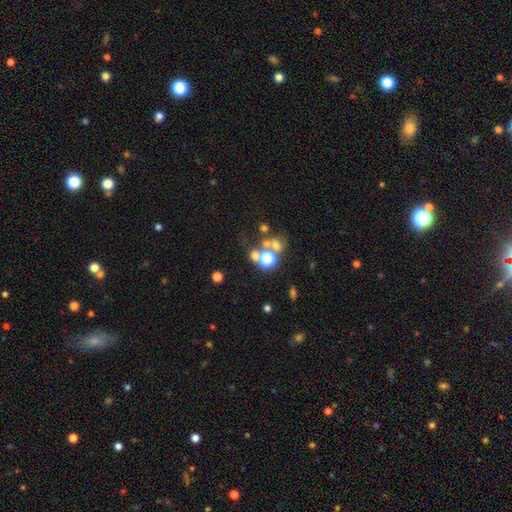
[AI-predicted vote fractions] Morphology: type=smooth (55%); roundness=round (81%); merging=none (49%).